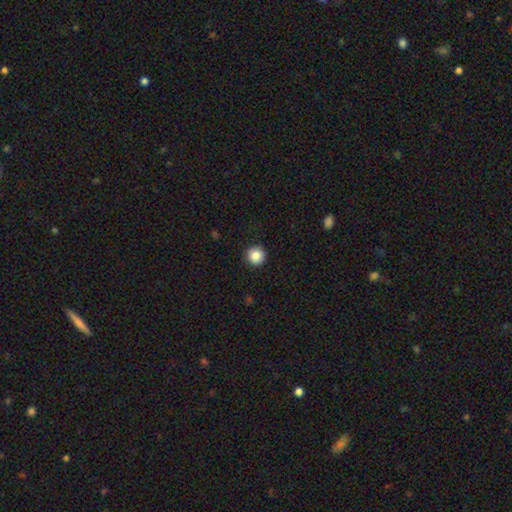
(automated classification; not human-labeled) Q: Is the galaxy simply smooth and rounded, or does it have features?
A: smooth — 87%.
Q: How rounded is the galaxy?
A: round — 96%.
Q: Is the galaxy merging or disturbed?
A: none — 92%.